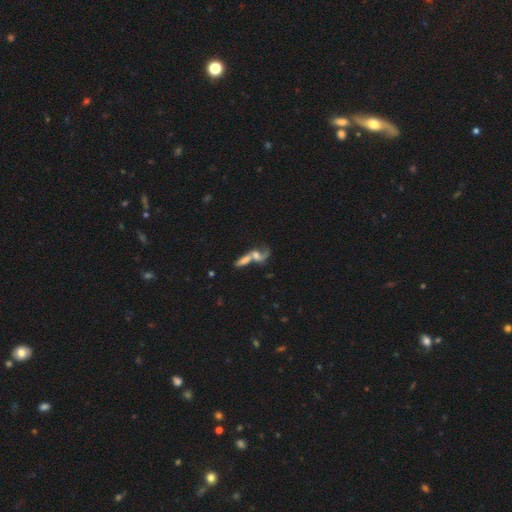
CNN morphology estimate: smooth-or-featured: featured or disk: 56% | smooth: 33% | star or artifact: 11%
  disk-edge-on: no: 86% | yes: 14%
  merging: merger: 64% | none: 18% | major disturbance: 11% | minor disturbance: 7%